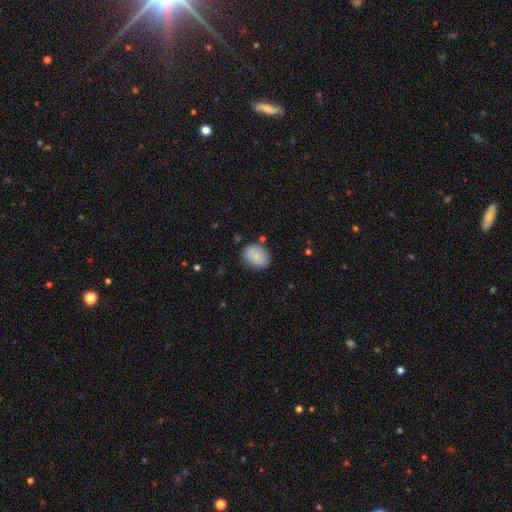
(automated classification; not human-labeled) smooth-or-featured: smooth: 76% | featured or disk: 17% | star or artifact: 7%
  how-rounded: in between: 63% | round: 36% | cigar-shaped: 1%
  merging: none: 76% | minor disturbance: 17% | major disturbance: 4% | merger: 3%